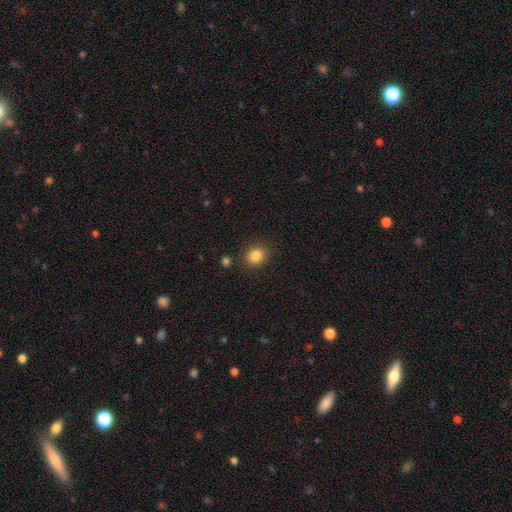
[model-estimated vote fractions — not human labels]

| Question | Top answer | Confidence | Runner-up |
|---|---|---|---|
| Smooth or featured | smooth | 84% | star or artifact (10%) |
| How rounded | round | 70% | in between (30%) |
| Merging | none | 86% | minor disturbance (9%) |